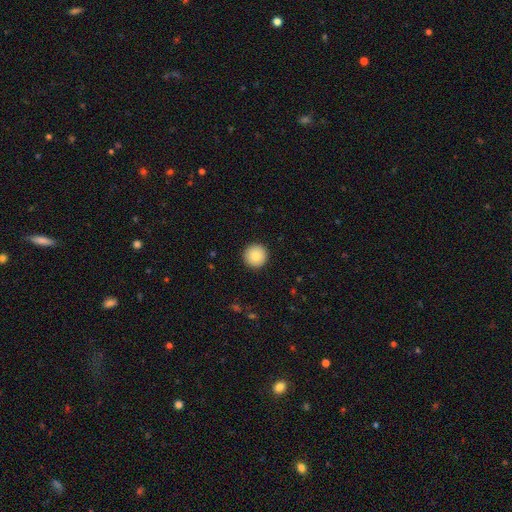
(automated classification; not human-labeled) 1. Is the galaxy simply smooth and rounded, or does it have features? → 84% smooth, 8% featured or disk, 8% star or artifact.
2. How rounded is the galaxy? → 97% round, 3% in between, 1% cigar-shaped.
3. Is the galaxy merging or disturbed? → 93% none, 5% minor disturbance, 1% major disturbance, 1% merger.